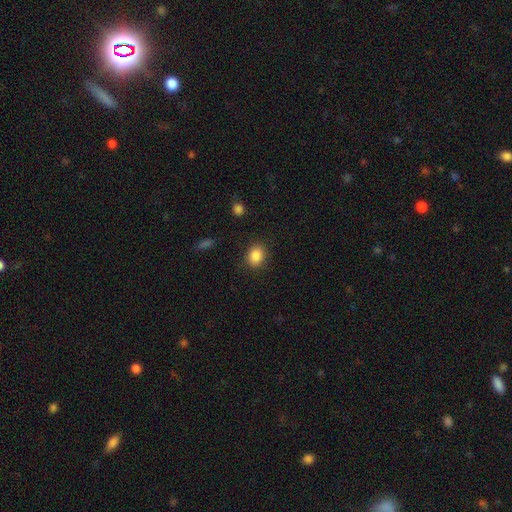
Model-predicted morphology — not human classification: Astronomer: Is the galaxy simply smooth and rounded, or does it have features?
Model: smooth — 86%.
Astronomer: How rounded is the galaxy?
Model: round — 55% (runner-up: in between, 44%).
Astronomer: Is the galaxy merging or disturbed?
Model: none — 87%.